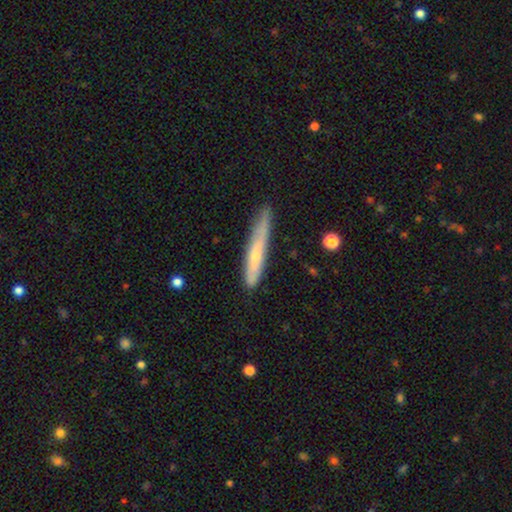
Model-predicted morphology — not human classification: Smooth or featured: smooth — 59% (featured or disk — 35%)
How rounded: cigar-shaped — 93% (in between — 5%)
Merging: none — 66% (minor disturbance — 26%)